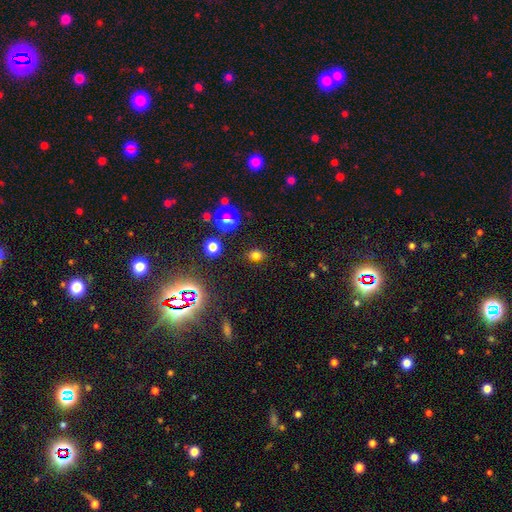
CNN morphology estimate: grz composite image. It shows a smooth galaxy with no disk features (68%) that is in between round and cigar-shaped (63%). Merging: none (82%).